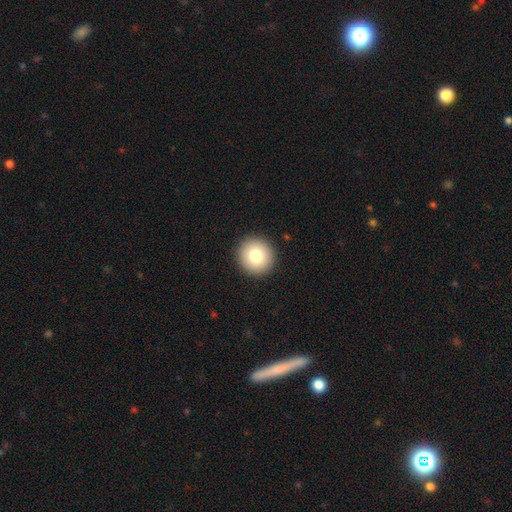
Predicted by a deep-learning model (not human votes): Smooth or featured: smooth — 80% (featured or disk — 11%)
How rounded: round — 94% (in between — 5%)
Merging: none — 93% (minor disturbance — 5%)